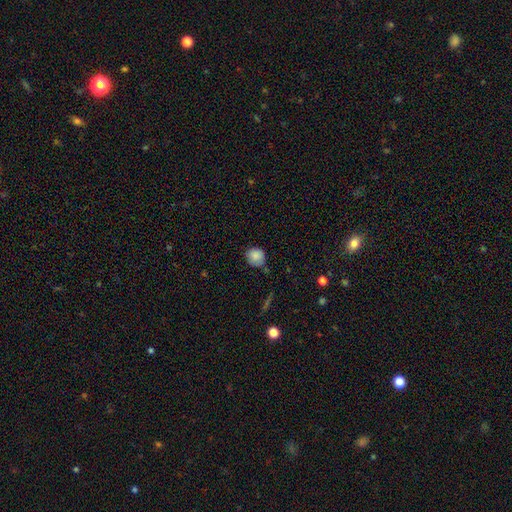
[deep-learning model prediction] Q: Smooth or featured?
A: smooth (85%); runner-up: star or artifact (8%)
Q: How rounded?
A: round (82%); runner-up: in between (17%)
Q: Merging?
A: none (68%); runner-up: minor disturbance (24%)